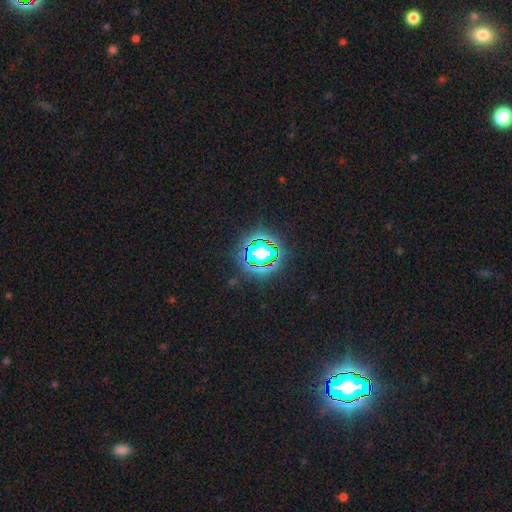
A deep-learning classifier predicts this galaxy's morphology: This is clearly a star or artifact rather than a galaxy (81%).